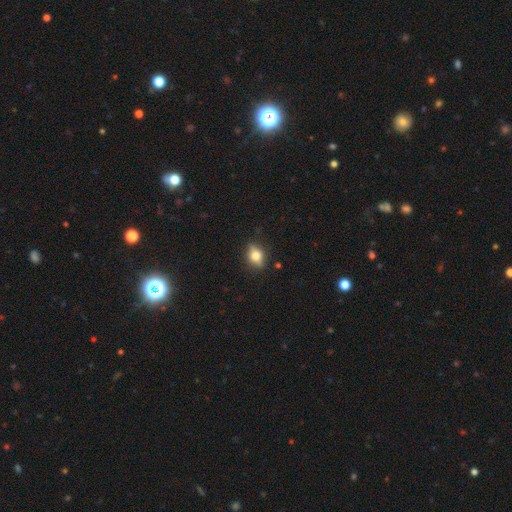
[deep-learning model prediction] smooth-or-featured: smooth: 58% | featured or disk: 32% | star or artifact: 10%
  how-rounded: in between: 67% | round: 26% | cigar-shaped: 7%
  merging: none: 82% | minor disturbance: 14% | major disturbance: 3% | merger: 1%